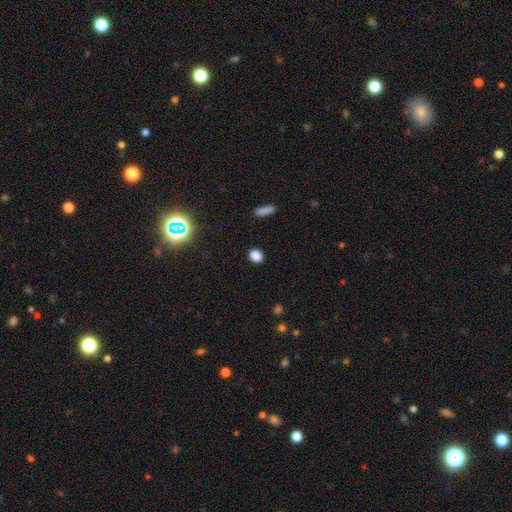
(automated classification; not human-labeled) smooth_or_featured: smooth (p=0.84) [alt: star or artifact p=0.12]
how_rounded: round (p=0.52) [alt: in between p=0.45]
merging: none (p=0.89) [alt: minor disturbance p=0.08]